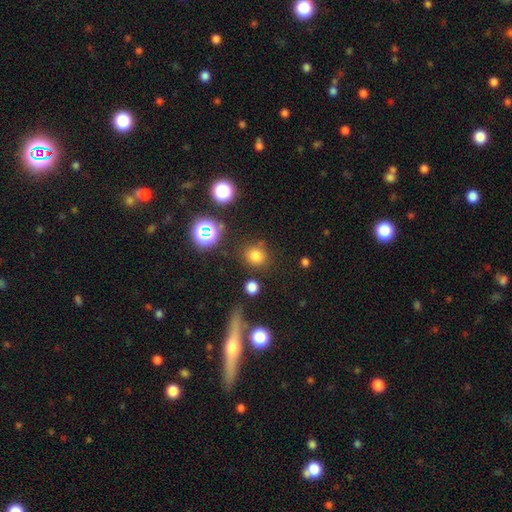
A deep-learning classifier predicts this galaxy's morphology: Q: Smooth or featured?
A: smooth (76%); runner-up: star or artifact (18%)
Q: How rounded?
A: round (83%); runner-up: in between (16%)
Q: Merging?
A: none (79%); runner-up: minor disturbance (11%)